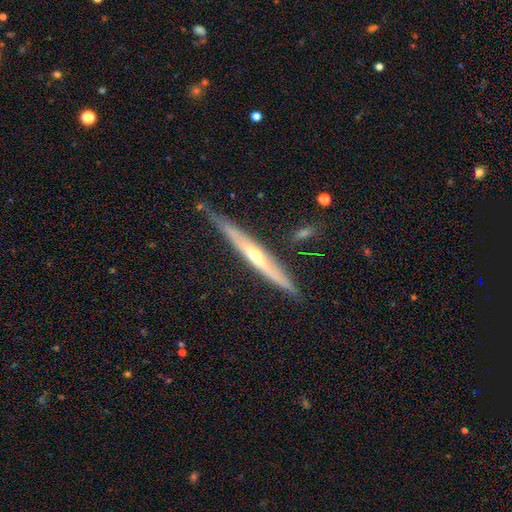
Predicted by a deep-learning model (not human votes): smooth-or-featured: featured or disk: 74% | smooth: 20% | star or artifact: 6%
  disk-edge-on: yes: 94% | no: 6%
    edge-on-bulge: rounded: 74% | none: 23% | boxy: 3%
  merging: none: 77% | minor disturbance: 17% | merger: 3% | major disturbance: 3%